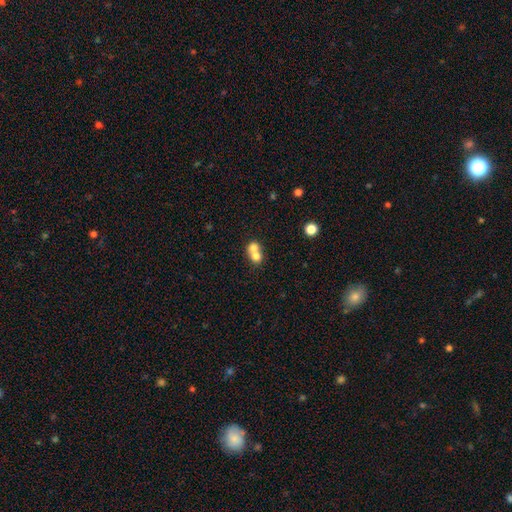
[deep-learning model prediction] Smooth or featured: smooth — 71% (featured or disk — 19%)
How rounded: round — 68% (in between — 31%)
Merging: merger — 71% (none — 22%)